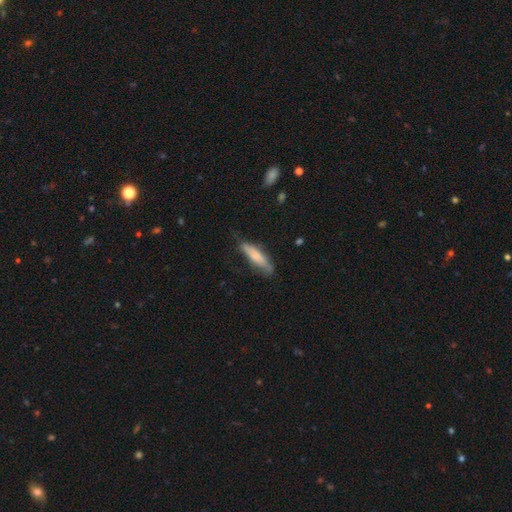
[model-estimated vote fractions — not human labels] Morphology: type=smooth (73%); roundness=cigar-shaped (71%); merging=none (64%).